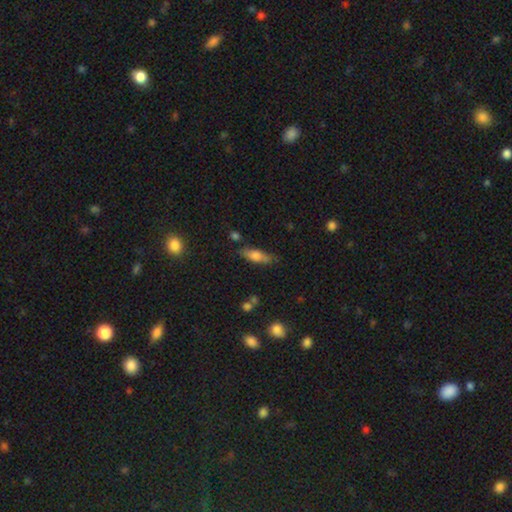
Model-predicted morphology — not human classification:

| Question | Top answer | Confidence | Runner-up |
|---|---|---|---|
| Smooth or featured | smooth | 68% | featured or disk (24%) |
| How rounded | in between | 55% | cigar-shaped (42%) |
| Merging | none | 66% | minor disturbance (22%) |